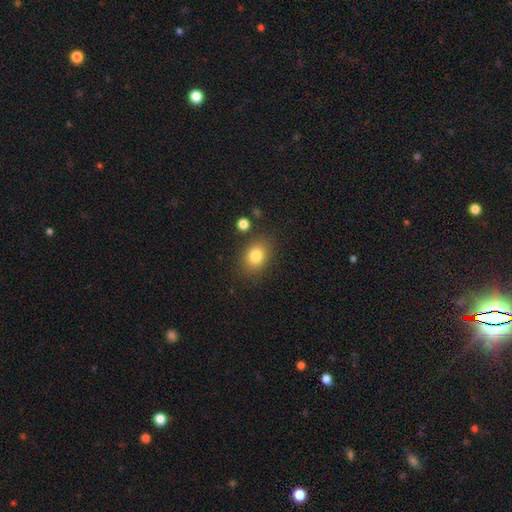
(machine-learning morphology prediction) This appears to be a smooth galaxy with no disk features (81%) that is in between round and cigar-shaped (59%). Merging: none (82%).